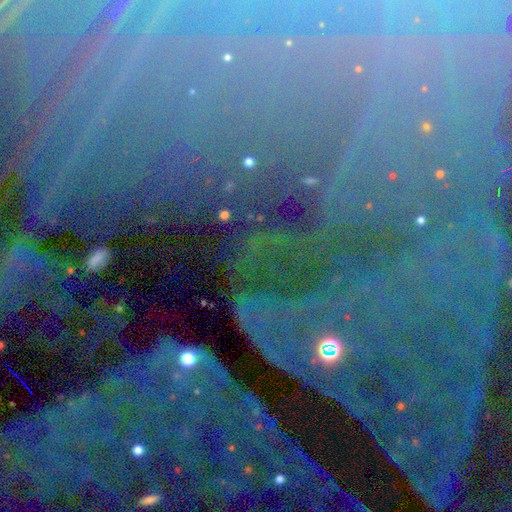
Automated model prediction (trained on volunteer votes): A star or artifact, not a galaxy (84%).

Vote fractions:
- Smooth or featured? star or artifact: 84% / featured or disk: 9% / smooth: 7%